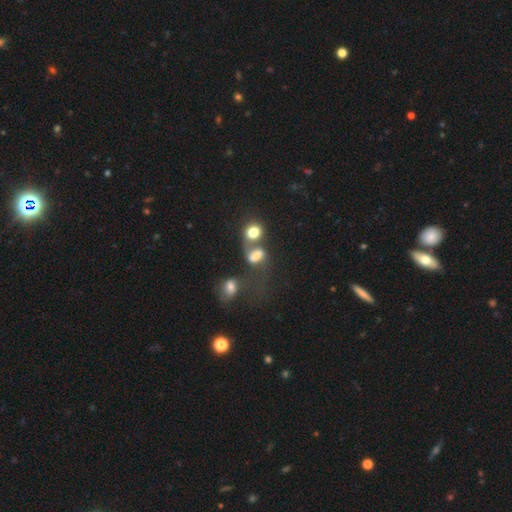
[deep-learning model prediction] A smooth galaxy with no disk features (63%) that is in between round and cigar-shaped (63%).

Vote fractions:
- Smooth or featured? smooth: 63% / featured or disk: 22% / star or artifact: 14%
- How rounded? in between: 63% / round: 34% / cigar-shaped: 4%
- Merging? merger: 53% / none: 23% / major disturbance: 13% / minor disturbance: 10%